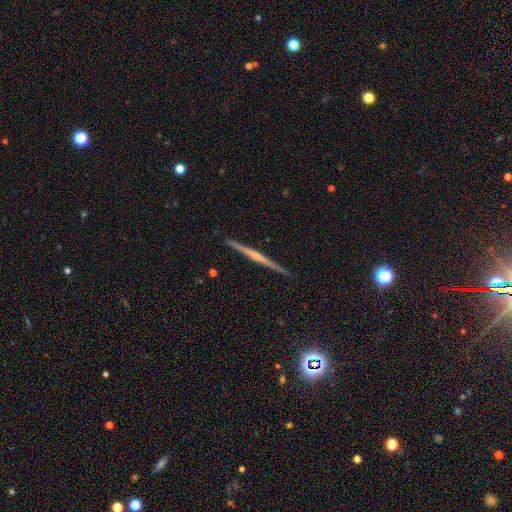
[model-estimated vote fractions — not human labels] This appears to be a featured or disk galaxy (77%) viewed edge-on (98%) with a rounded central bulge (51%). Merging: none (92%).